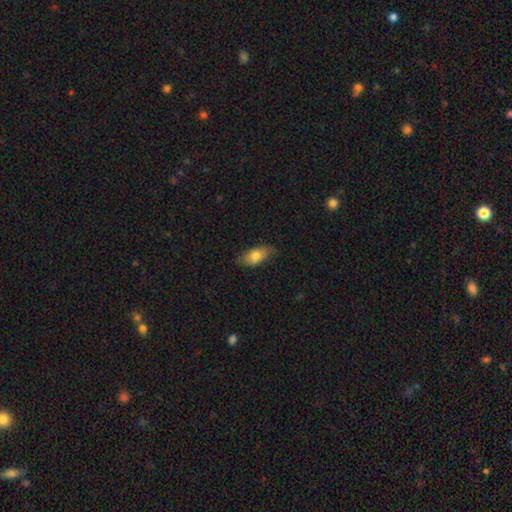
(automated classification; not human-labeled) A smooth galaxy with no disk features (77%) that is in between round and cigar-shaped (90%). Merging: none (74%).